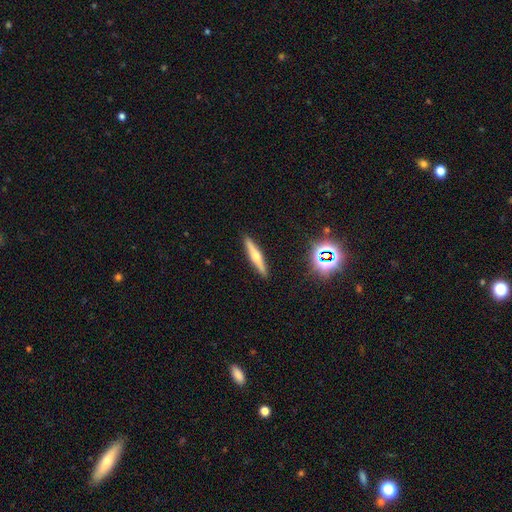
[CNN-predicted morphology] smooth_or_featured: featured or disk (p=0.59) [alt: smooth p=0.33]
disk_edge_on: yes (p=0.97) [alt: no p=0.03]
edge_on_bulge: rounded (p=0.88) [alt: none p=0.07]
merging: none (p=0.91) [alt: minor disturbance p=0.06]